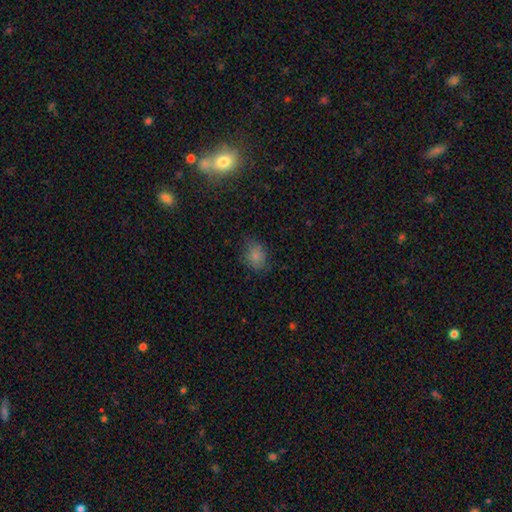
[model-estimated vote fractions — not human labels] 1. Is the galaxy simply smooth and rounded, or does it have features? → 81% smooth, 12% star or artifact, 7% featured or disk.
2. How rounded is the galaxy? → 58% in between, 41% round, 1% cigar-shaped.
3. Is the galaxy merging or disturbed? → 73% none, 20% minor disturbance, 6% major disturbance, 1% merger.